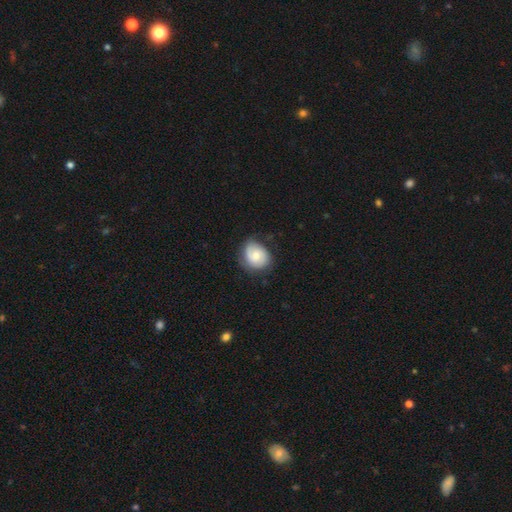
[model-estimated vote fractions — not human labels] Smooth or featured: smooth — 62% (featured or disk — 30%)
How rounded: round — 63% (in between — 36%)
Merging: none — 69% (minor disturbance — 23%)